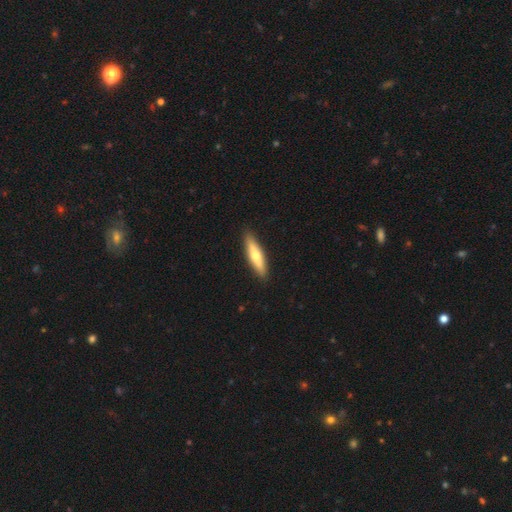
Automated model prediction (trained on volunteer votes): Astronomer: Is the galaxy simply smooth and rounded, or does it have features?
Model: smooth — 57% (runner-up: featured or disk, 38%).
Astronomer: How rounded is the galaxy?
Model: cigar-shaped — 78%.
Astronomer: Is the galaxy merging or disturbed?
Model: none — 90%.